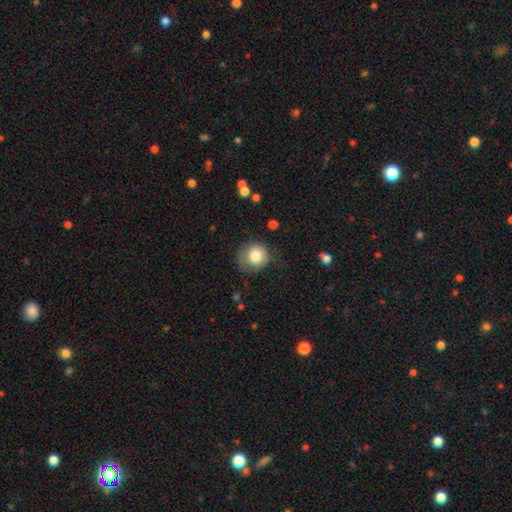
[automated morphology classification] smooth_or_featured: smooth (p=0.80) [alt: featured or disk p=0.12]
how_rounded: round (p=0.86) [alt: in between p=0.13]
merging: none (p=0.60) [alt: minor disturbance p=0.25]